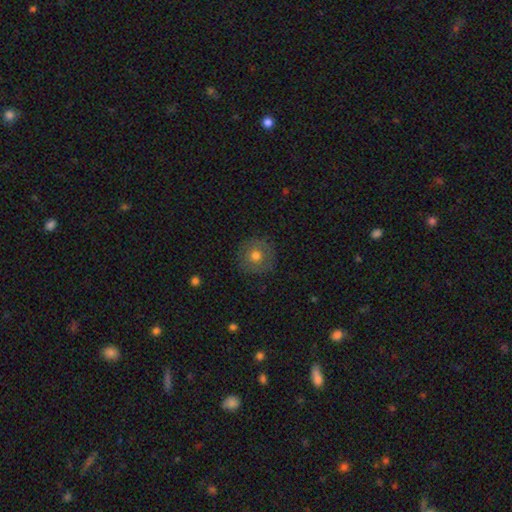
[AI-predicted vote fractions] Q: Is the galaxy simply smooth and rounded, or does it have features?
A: smooth — 67%.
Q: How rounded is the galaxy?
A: round — 94%.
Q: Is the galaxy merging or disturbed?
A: none — 85%.